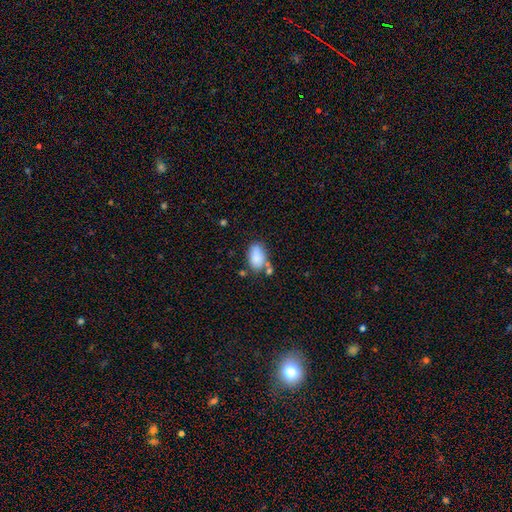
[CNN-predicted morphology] A smooth galaxy with no disk features (85%) that is in between round and cigar-shaped (91%). Merging: none (59%).